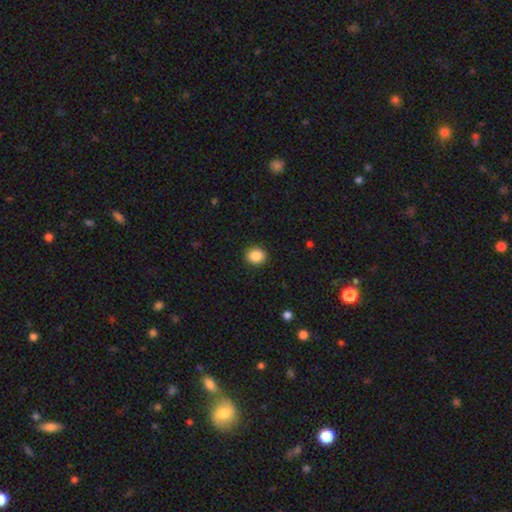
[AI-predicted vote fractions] Smooth or featured? smooth (88%)
How rounded? round (73%)
Merging? none (91%)